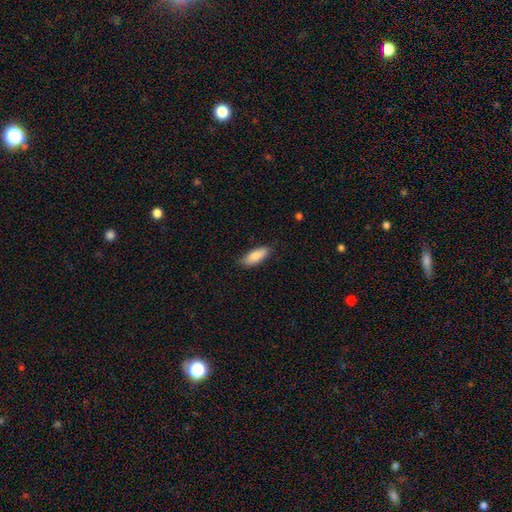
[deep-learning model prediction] Smooth or featured? Predicted: smooth (p=0.87). How rounded? Predicted: in between (p=0.72). Merging? Predicted: none (p=0.82).